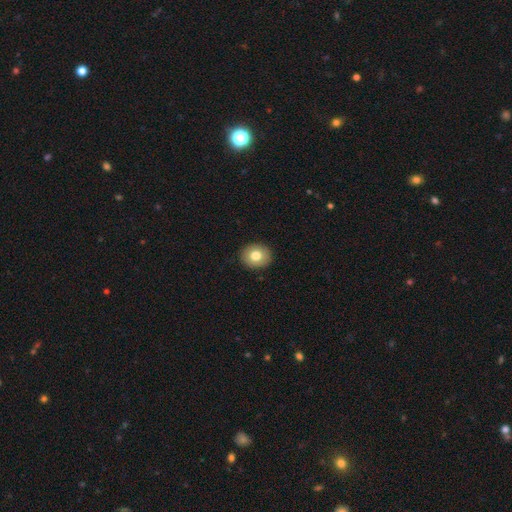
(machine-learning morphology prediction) The model was most divided on "how rounded": round: 66%, in between: 33%, cigar-shaped: 1%. More confident: merging — none (90%); smooth or featured — smooth (76%).